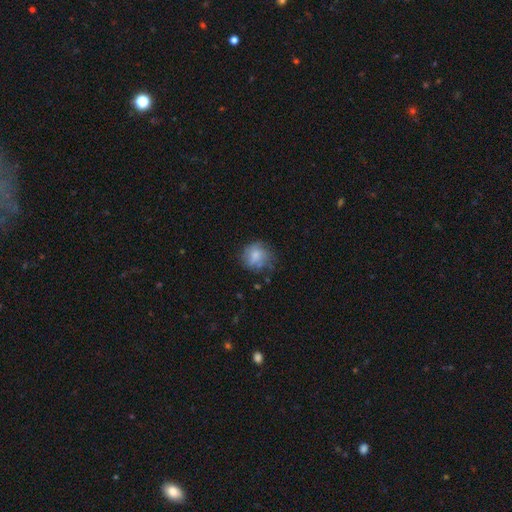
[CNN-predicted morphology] Smooth or featured: smooth — 67% (featured or disk — 23%)
How rounded: round — 75% (in between — 24%)
Merging: none — 56% (minor disturbance — 26%)